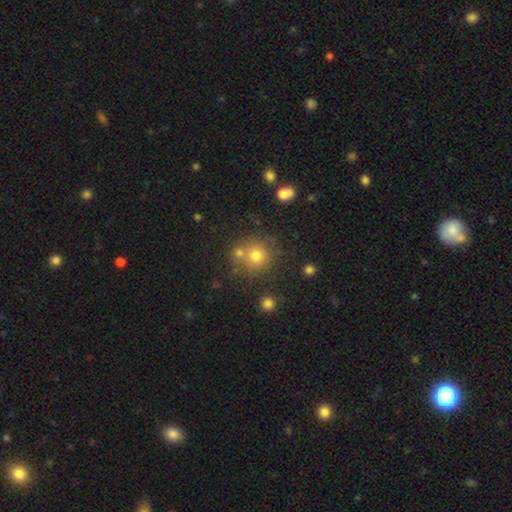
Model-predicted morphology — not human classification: A smooth galaxy with no disk features (74%) that is round (91%). Merging: none (69%).